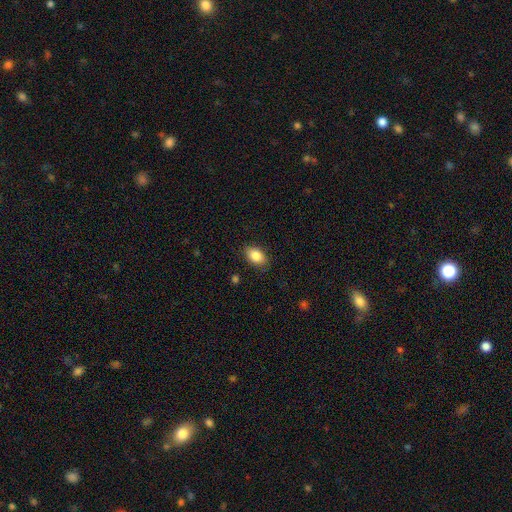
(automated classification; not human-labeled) This is clearly a smooth galaxy (86%). How rounded: clearly in between (88%). Merging: clearly none (85%).